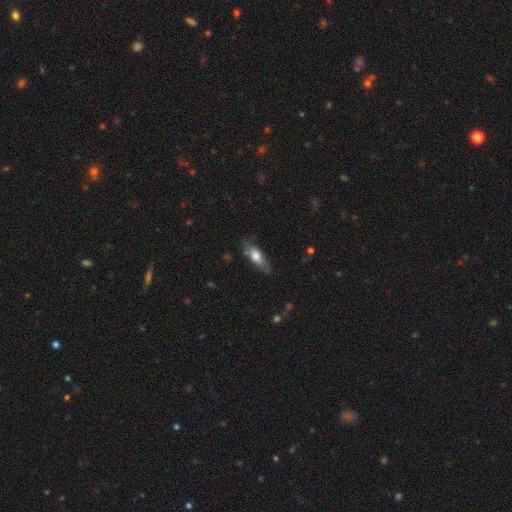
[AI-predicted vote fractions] The model was most divided on "how rounded": in between: 58%, cigar-shaped: 39%, round: 3%. More confident: merging — none (70%); smooth or featured — smooth (61%).